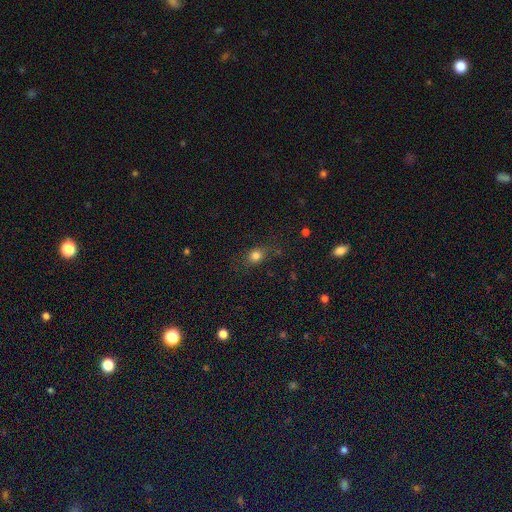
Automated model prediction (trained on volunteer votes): Q: Smooth or featured?
A: smooth (79%); runner-up: star or artifact (14%)
Q: How rounded?
A: round (55%); runner-up: in between (43%)
Q: Merging?
A: none (74%); runner-up: minor disturbance (17%)